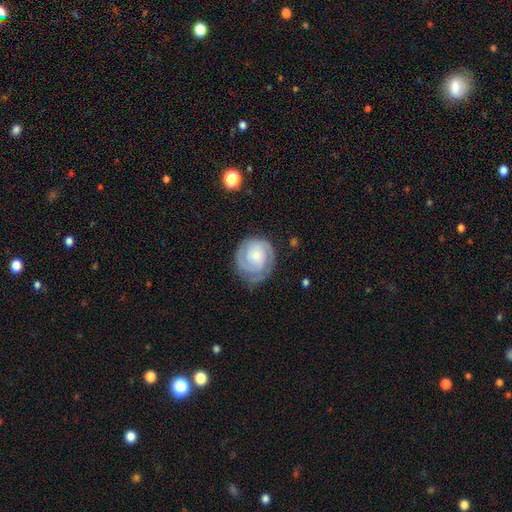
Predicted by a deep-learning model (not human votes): Smooth or featured: featured or disk — 73% (smooth — 21%)
Edge-on disk: no — 98% (yes — 2%)
Bar: no — 69% (weak — 26%)
Spiral arms: yes — 94% (no — 6%)
Spiral winding: tight — 68% (medium — 26%)
Spiral arm count: 2 — 51% (can't tell — 21%)
Bulge size: small — 46% (moderate — 33%)
Merging: none — 71% (minor disturbance — 20%)